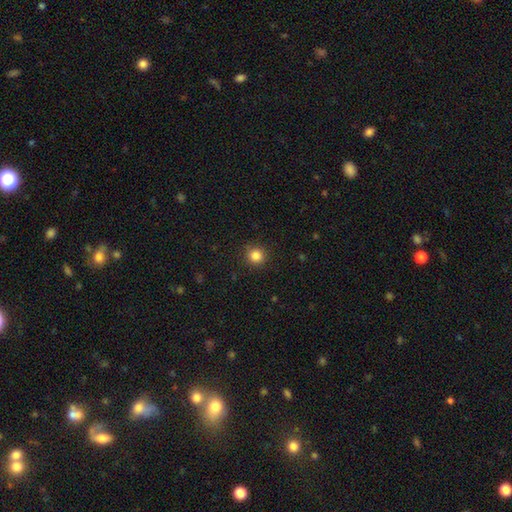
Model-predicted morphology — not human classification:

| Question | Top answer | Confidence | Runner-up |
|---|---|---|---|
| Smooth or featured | smooth | 84% | star or artifact (12%) |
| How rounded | round | 93% | in between (6%) |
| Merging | none | 90% | minor disturbance (7%) |